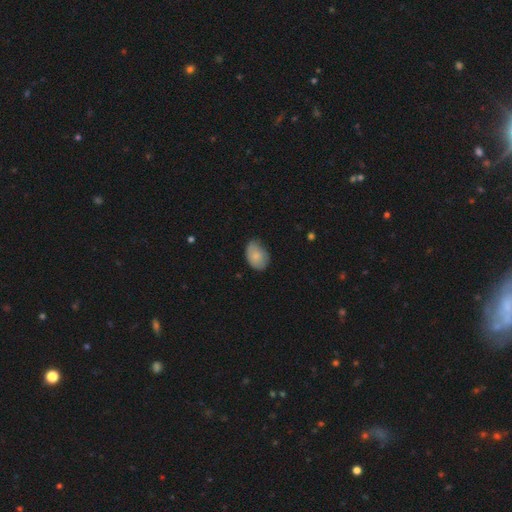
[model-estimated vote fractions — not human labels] Morphology: type=smooth (80%); roundness=in between (83%); merging=none (59%).